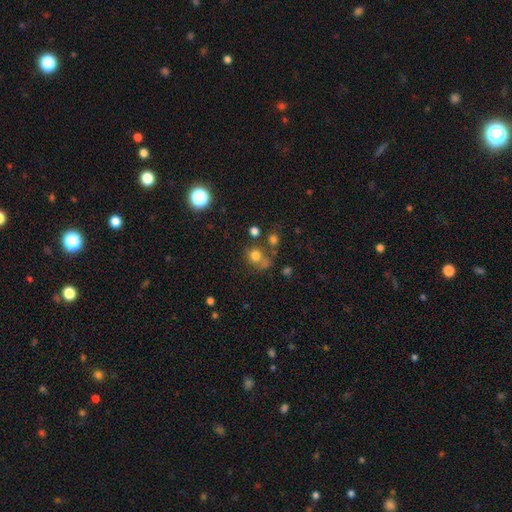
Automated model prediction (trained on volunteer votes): Morphology: type=smooth (74%); roundness=round (81%); merging=none (54%).